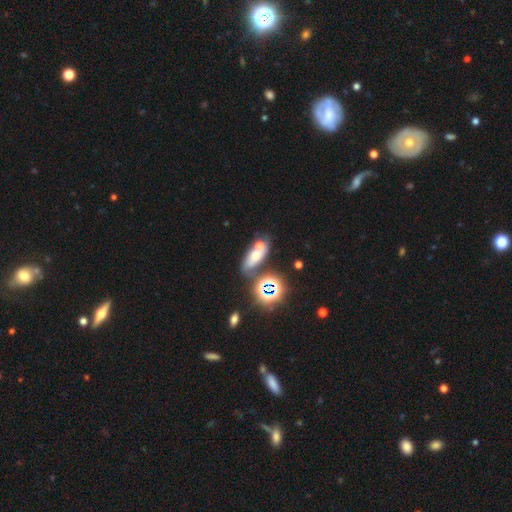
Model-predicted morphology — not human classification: Smooth or featured? Predicted: smooth (p=0.51). How rounded? Predicted: in between (p=0.67). Merging? Predicted: none (p=0.44).